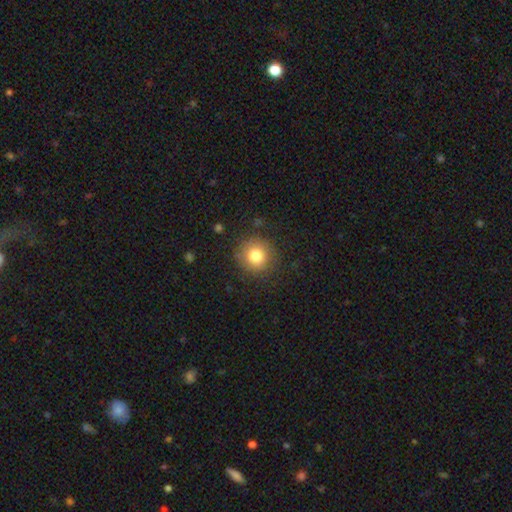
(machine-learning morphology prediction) Smooth or featured? Predicted: smooth (p=0.80). How rounded? Predicted: round (p=0.92). Merging? Predicted: none (p=0.85).